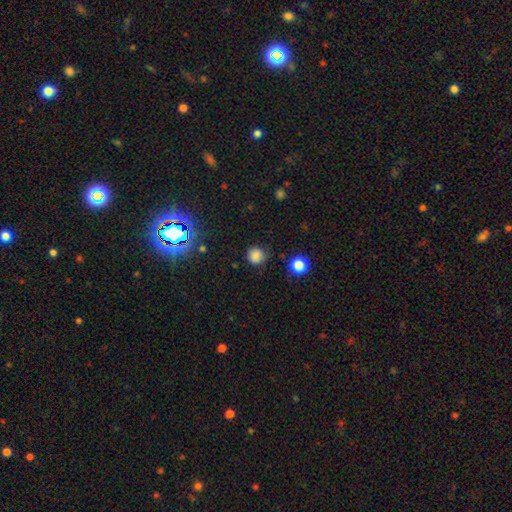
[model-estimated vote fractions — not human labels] smooth 80%, star or artifact 16%, featured or disk 4%. Down the decision tree: how rounded — round (93%); merging — none (83%).